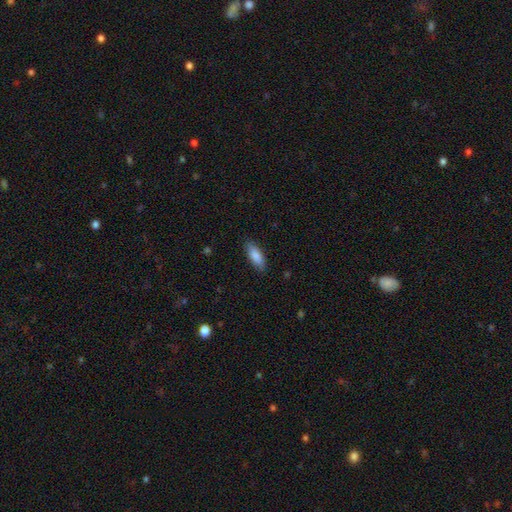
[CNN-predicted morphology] Overall: smooth (87%). How rounded: in between (71%). Merging: none (86%).